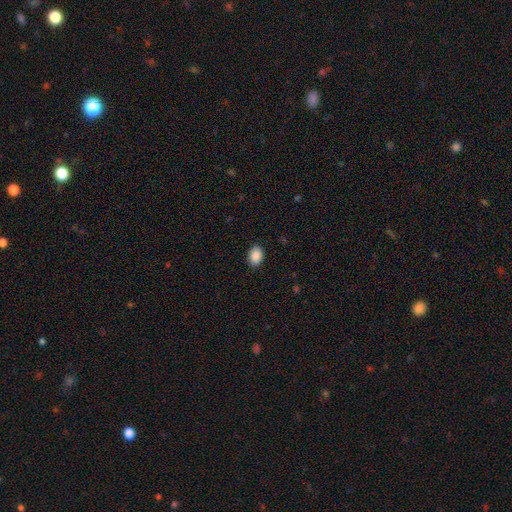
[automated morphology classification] Smooth or featured: smooth — 90% (star or artifact — 8%)
How rounded: in between — 79% (round — 20%)
Merging: none — 89% (minor disturbance — 8%)